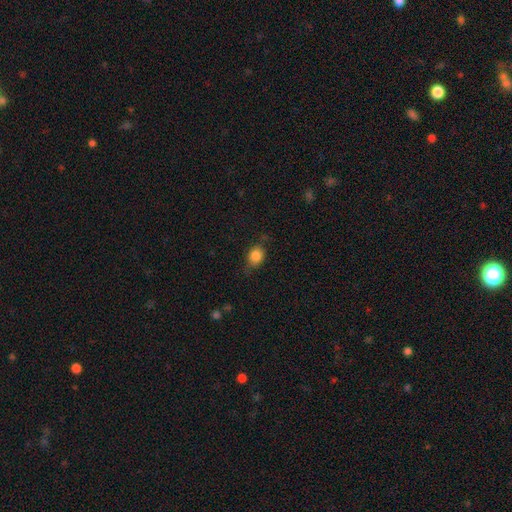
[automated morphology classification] Overall: smooth (84%). How rounded: in between (54%; round 44%). Merging: none (72%).